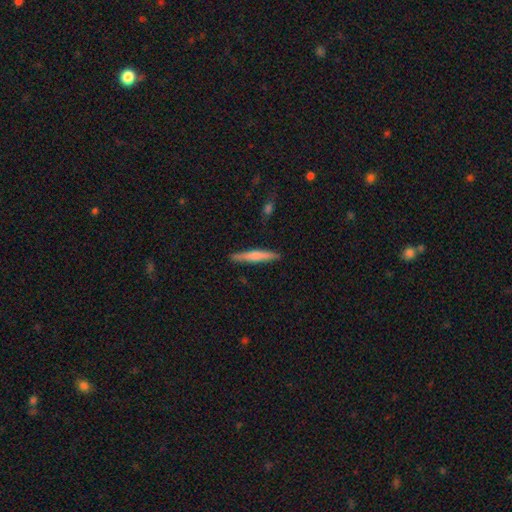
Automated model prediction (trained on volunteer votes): Smooth or featured?
  - smooth: 59% *
  - featured or disk: 35%
  - star or artifact: 6%
How rounded?
  - cigar-shaped: 93% *
  - in between: 5%
  - round: 1%
Merging?
  - none: 89% *
  - minor disturbance: 8%
  - major disturbance: 2%
  - merger: 2%